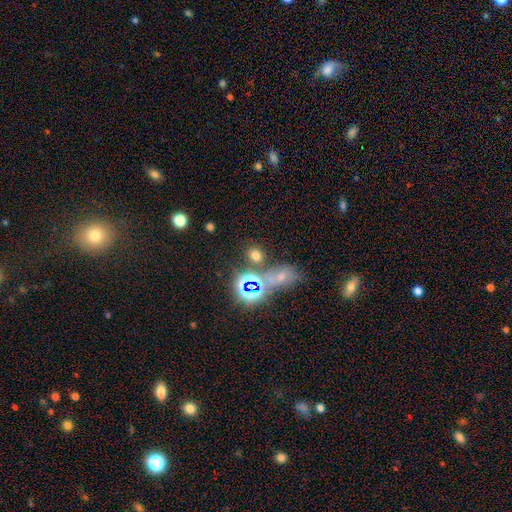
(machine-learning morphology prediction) Overall: smooth (62%; star or artifact 31%). How rounded: round (62%; in between 36%). Merging: none (73%).